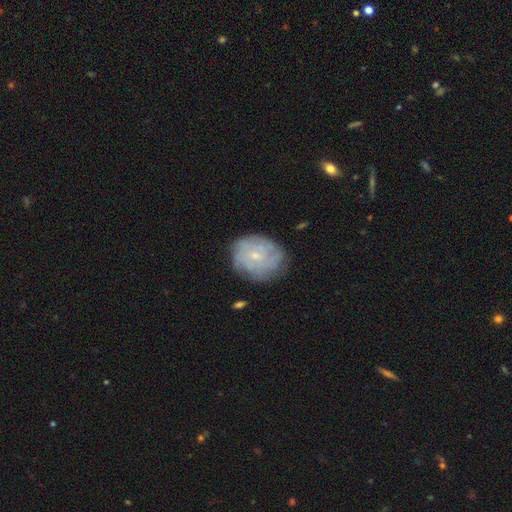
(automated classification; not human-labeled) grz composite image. It shows a featured or disk galaxy (58%) with no bar (76%), spiral arms (74%) and a small central bulge (71%). Merging: none (72%).